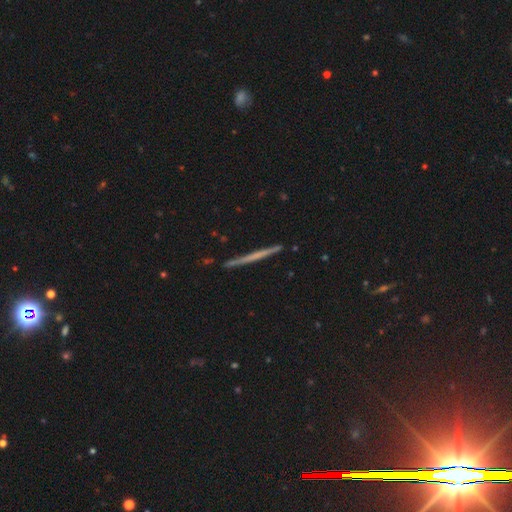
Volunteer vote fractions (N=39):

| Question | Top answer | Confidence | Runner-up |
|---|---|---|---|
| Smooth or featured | featured or disk | 59% | smooth (38%) |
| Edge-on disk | yes | 96% | no (4%) |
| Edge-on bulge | none | 91% | boxy (5%) |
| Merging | none | 92% | minor disturbance (5%) |